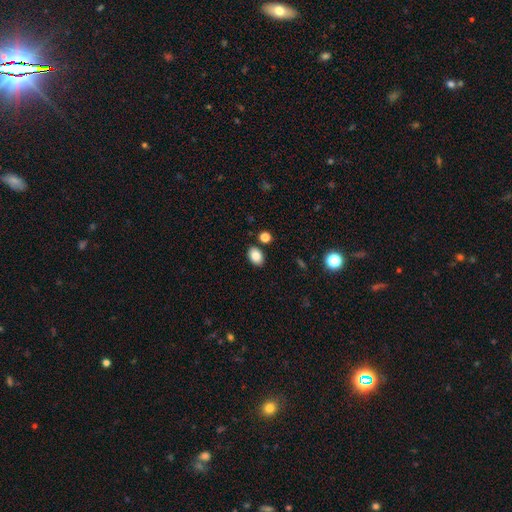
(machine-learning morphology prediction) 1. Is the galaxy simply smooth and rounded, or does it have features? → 86% smooth, 8% star or artifact, 6% featured or disk.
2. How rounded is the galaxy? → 82% in between, 17% round, 1% cigar-shaped.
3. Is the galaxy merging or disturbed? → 84% none, 9% minor disturbance, 4% merger, 2% major disturbance.